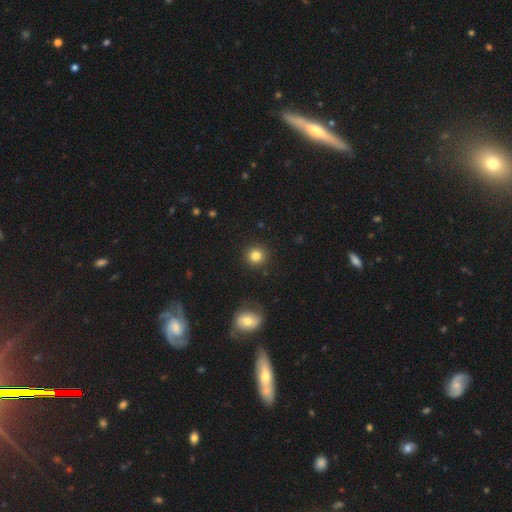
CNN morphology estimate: type=smooth (83%); roundness=round (93%); merging=none (90%).